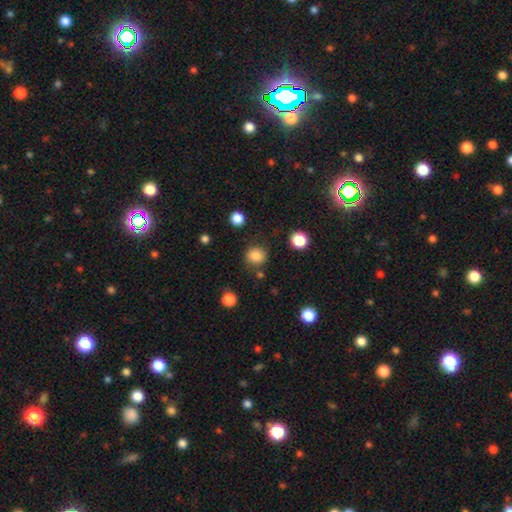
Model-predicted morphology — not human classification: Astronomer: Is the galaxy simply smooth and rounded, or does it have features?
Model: smooth — 84%.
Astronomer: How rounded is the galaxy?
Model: round — 87%.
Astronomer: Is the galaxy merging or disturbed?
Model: none — 82%.